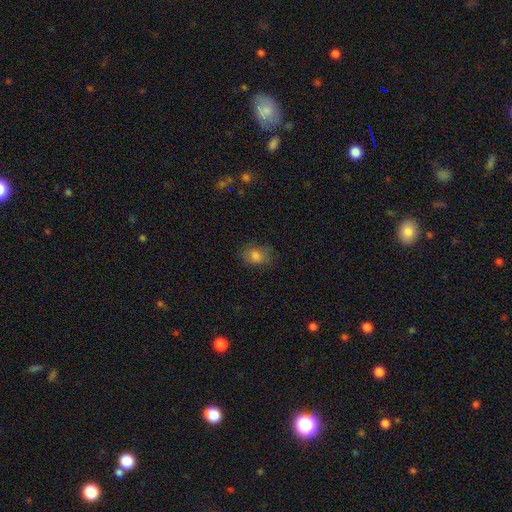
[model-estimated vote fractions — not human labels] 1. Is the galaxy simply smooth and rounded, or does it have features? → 78% smooth, 12% star or artifact, 11% featured or disk.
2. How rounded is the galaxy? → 65% in between, 33% round, 1% cigar-shaped.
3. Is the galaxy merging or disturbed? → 73% none, 19% minor disturbance, 7% major disturbance, 1% merger.